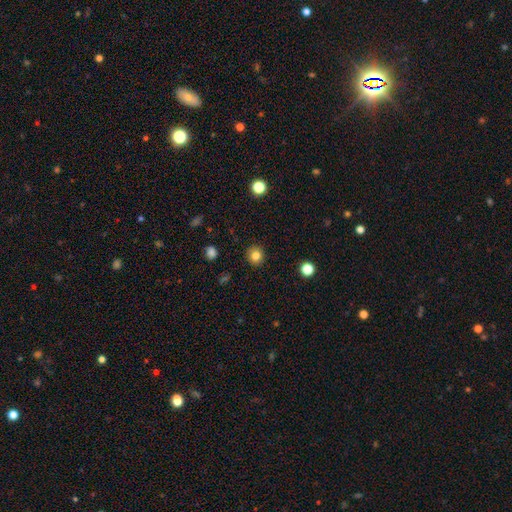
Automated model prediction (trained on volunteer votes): A smooth galaxy with no disk features (81%) that is round (88%). Merging: none (91%).